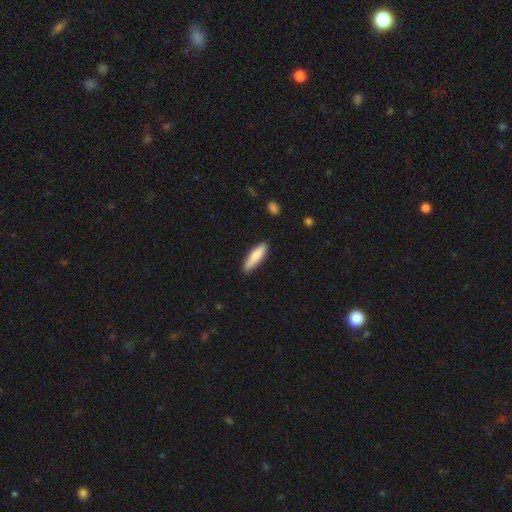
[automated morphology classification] A smooth galaxy with no disk features (80%) that is cigar-shaped (70%).

Vote fractions:
- Smooth or featured? smooth: 80% / featured or disk: 15% / star or artifact: 5%
- How rounded? cigar-shaped: 70% / in between: 29% / round: 1%
- Merging? none: 87% / minor disturbance: 10% / major disturbance: 2% / merger: 1%